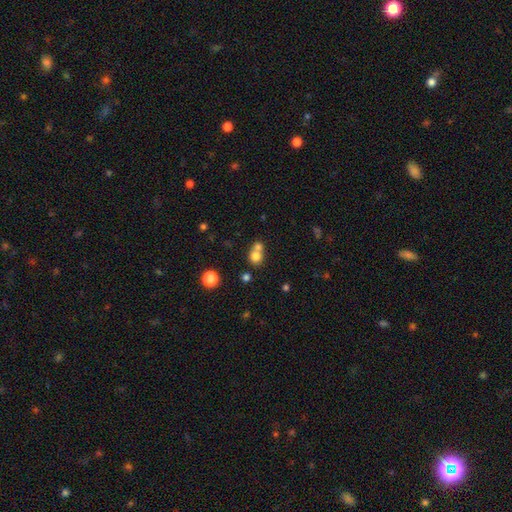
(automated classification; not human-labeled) Smooth or featured? smooth (75%)
How rounded? round (80%)
Merging? merger (54%)